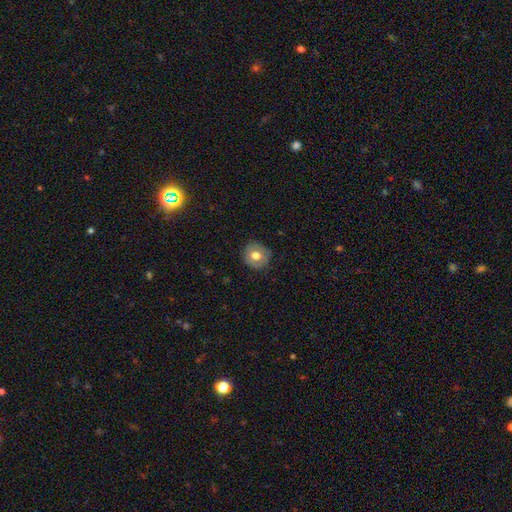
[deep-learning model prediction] The model was most divided on "smooth or featured": smooth: 72%, featured or disk: 20%, star or artifact: 9%. More confident: how rounded — round (90%); merging — none (85%).